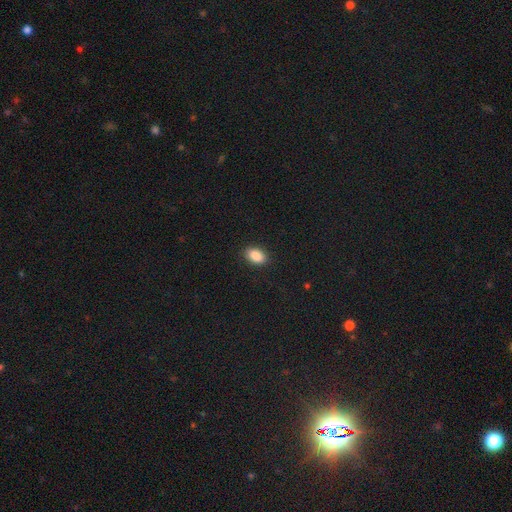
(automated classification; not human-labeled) Overall: smooth (89%). How rounded: in between (90%). Merging: none (89%).